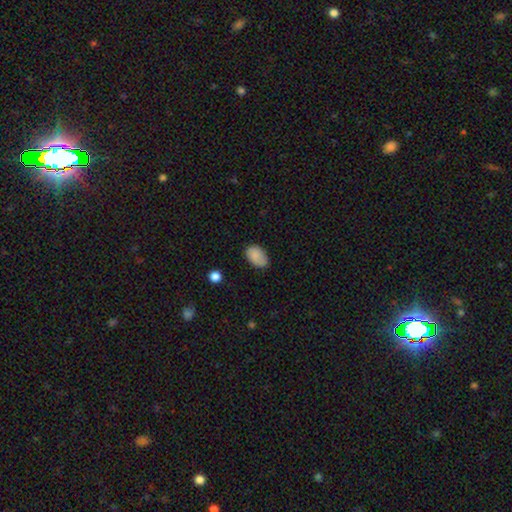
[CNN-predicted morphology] Q: Smooth or featured?
A: smooth (86%); runner-up: star or artifact (8%)
Q: How rounded?
A: in between (87%); runner-up: round (12%)
Q: Merging?
A: none (70%); runner-up: minor disturbance (24%)